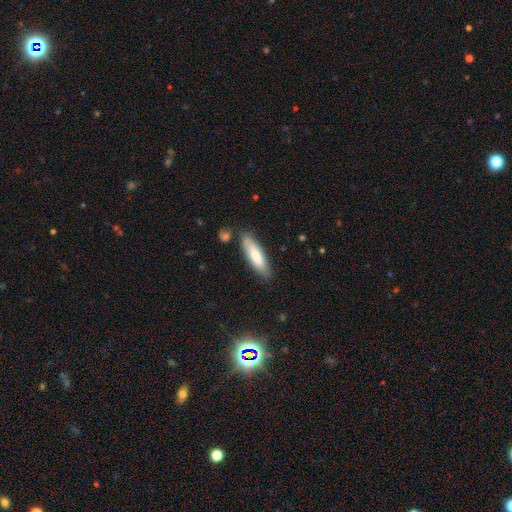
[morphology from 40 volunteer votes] Q: Smooth or featured?
A: smooth (85%); runner-up: featured or disk (8%)
Q: How rounded?
A: cigar-shaped (74%); runner-up: in between (26%)
Q: Merging?
A: none (84%); runner-up: minor disturbance (8%)